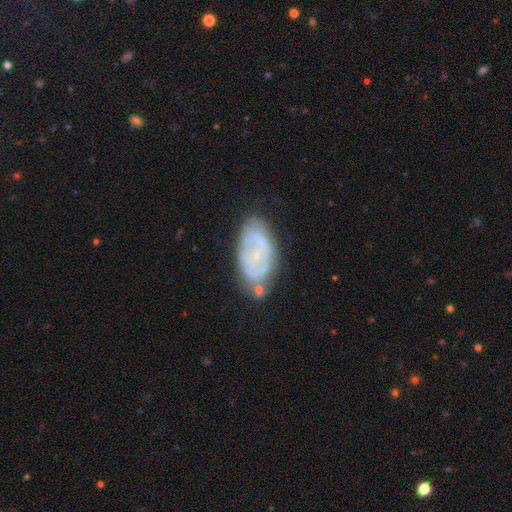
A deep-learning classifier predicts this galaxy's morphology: Smooth or featured: featured or disk — 66% (smooth — 26%)
Edge-on disk: no — 94% (yes — 6%)
Bar: no — 64% (weak — 28%)
Spiral arms: yes — 56% (no — 44%)
Bulge size: small — 72% (moderate — 15%)
Merging: none — 62% (minor disturbance — 23%)